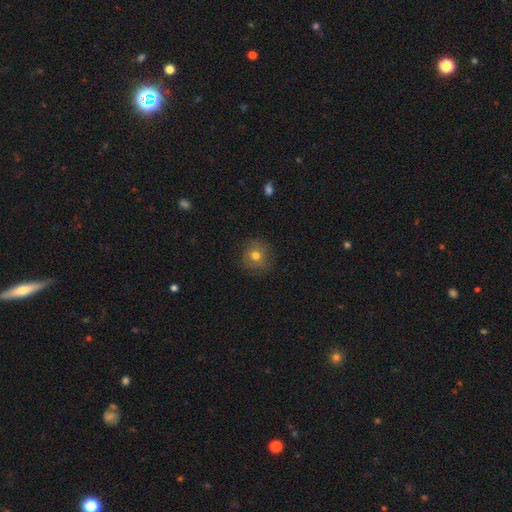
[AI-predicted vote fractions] Smooth or featured? Predicted: smooth (p=0.72). How rounded? Predicted: round (p=0.89). Merging? Predicted: none (p=0.83).